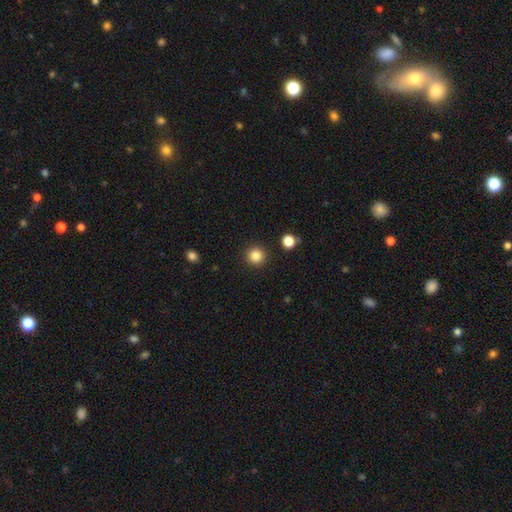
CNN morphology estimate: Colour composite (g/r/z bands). It shows a smooth galaxy with no disk features (85%) that is round (95%). Merging: none (92%).